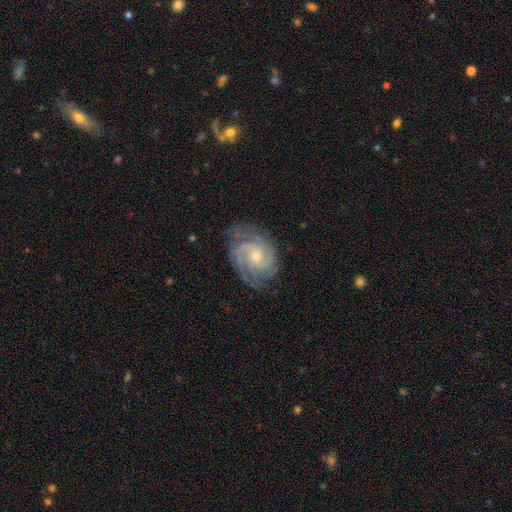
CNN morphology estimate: This is clearly a featured or disk galaxy (89%). It is clearly not viewed edge-on (98%). Bar: likely no (67%). Spiral arm pattern: clearly yes (98%). Spiral arm count: marginally 2 (41%). Spiral winding: likely tight (64%). Central bulge: possibly small (51%). Merging: likely none (76%).